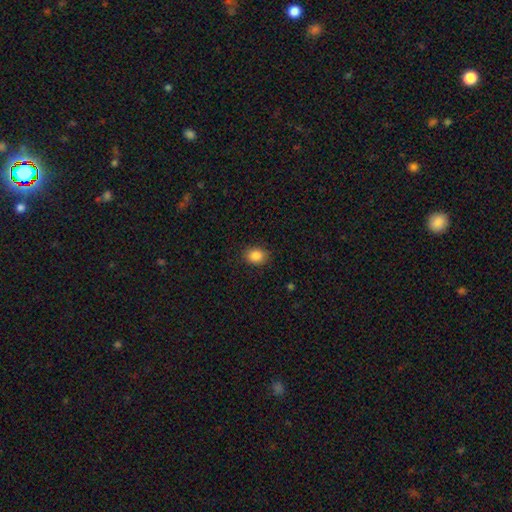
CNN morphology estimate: The model was most divided on "how rounded": in between: 53%, round: 46%, cigar-shaped: 1%. More confident: smooth or featured — smooth (87%); merging — none (86%).